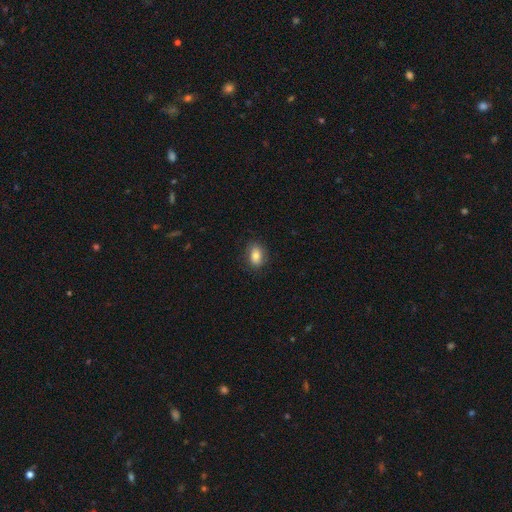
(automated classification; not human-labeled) The model was most divided on "how rounded": in between: 74%, round: 25%, cigar-shaped: 2%. More confident: merging — none (82%); smooth or featured — smooth (79%).